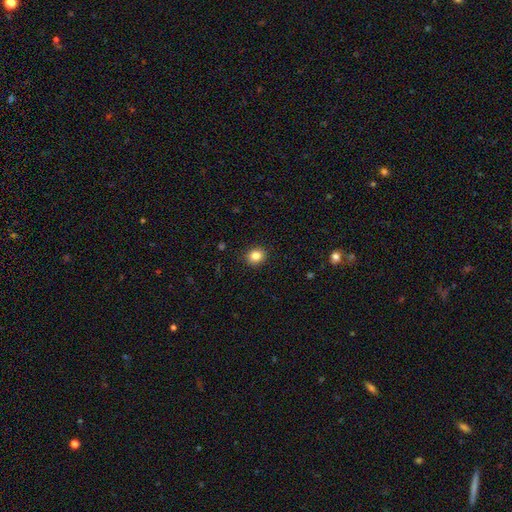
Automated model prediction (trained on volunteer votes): Overall: smooth (84%). How rounded: round (77%). Merging: none (91%).